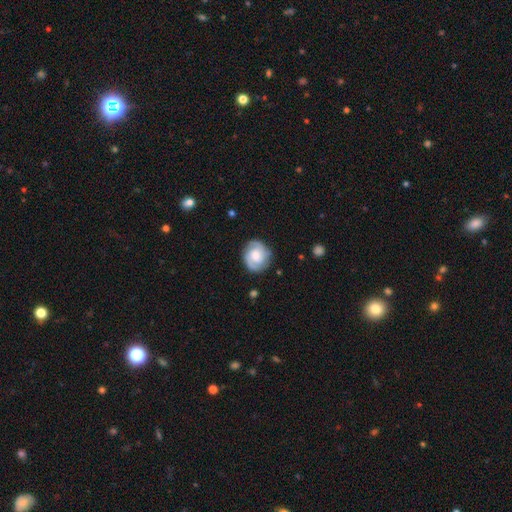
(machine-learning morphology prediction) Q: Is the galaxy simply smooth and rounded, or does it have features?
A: featured or disk — 69%.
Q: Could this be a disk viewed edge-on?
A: no — 98%.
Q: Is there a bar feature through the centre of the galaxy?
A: no — 55%.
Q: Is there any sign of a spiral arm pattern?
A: yes — 94%.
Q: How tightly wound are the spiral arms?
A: tight — 48%.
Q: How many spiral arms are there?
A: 2 — 61%.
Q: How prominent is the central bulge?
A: moderate — 45%.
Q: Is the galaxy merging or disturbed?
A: none — 80%.